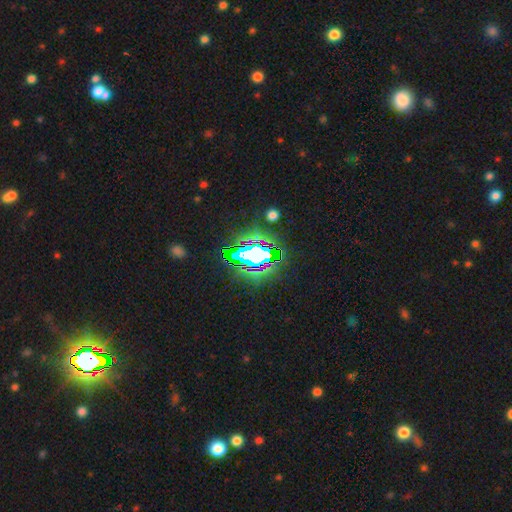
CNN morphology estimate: Overall: star or artifact (82%).